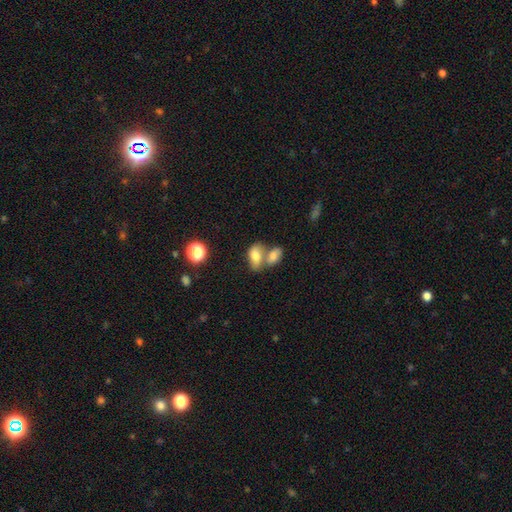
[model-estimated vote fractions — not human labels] Smooth or featured: smooth — 78% (featured or disk — 13%)
How rounded: in between — 89% (round — 8%)
Merging: merger — 56% (none — 29%)